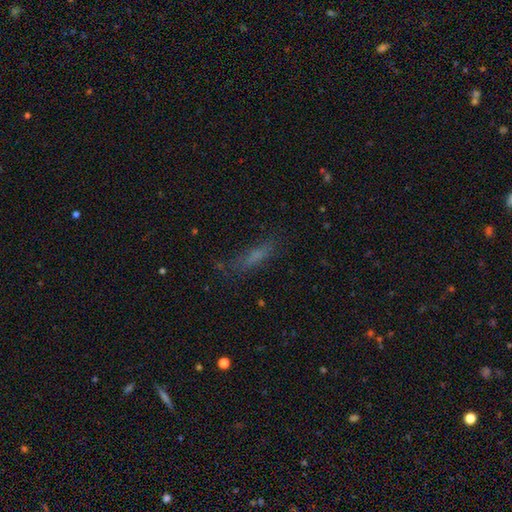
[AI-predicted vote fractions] smooth_or_featured: smooth (p=0.61) [alt: featured or disk p=0.21]
how_rounded: cigar-shaped (p=0.72) [alt: in between p=0.26]
merging: none (p=0.68) [alt: minor disturbance p=0.20]